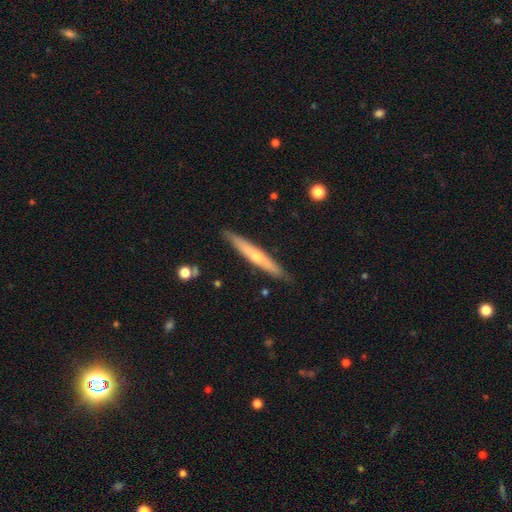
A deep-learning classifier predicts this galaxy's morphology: Smooth or featured? featured or disk (53%)
Edge-on disk? yes (94%)
Merging? none (88%)